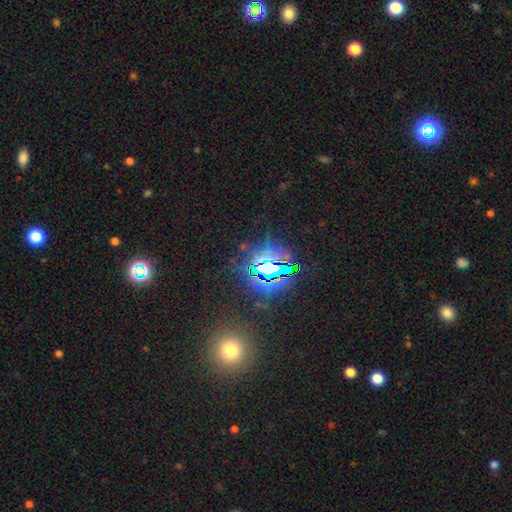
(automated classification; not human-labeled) Smooth or featured?
  - star or artifact: 82% *
  - smooth: 10%
  - featured or disk: 8%